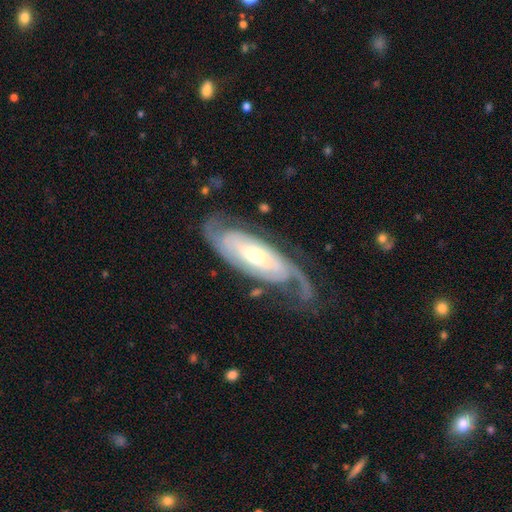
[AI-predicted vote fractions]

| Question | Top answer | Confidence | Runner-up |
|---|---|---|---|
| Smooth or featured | featured or disk | 85% | smooth (10%) |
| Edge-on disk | no | 90% | yes (10%) |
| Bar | no | 54% | weak (28%) |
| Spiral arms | yes | 94% | no (6%) |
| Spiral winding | tight | 53% | medium (32%) |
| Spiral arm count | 2 | 64% | can't tell (18%) |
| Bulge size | moderate | 54% | small (38%) |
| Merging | none | 62% | minor disturbance (19%) |